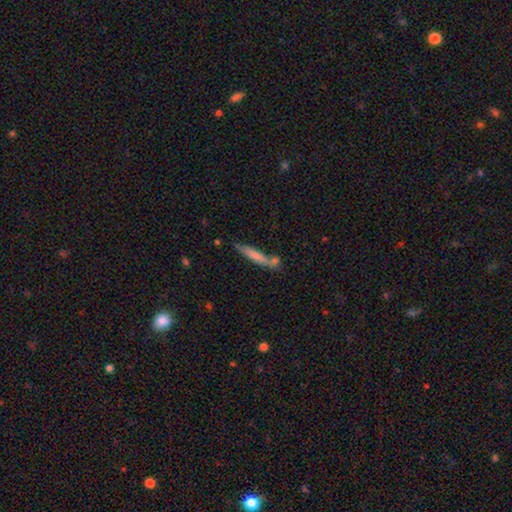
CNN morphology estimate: A smooth galaxy with no disk features (65%) that is cigar-shaped (92%). Merging: none (65%).